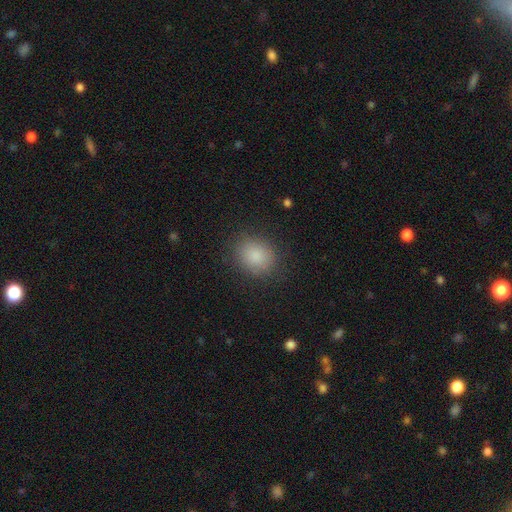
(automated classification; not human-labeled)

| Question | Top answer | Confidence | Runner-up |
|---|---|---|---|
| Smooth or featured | smooth | 86% | star or artifact (9%) |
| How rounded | round | 62% | in between (37%) |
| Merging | none | 85% | minor disturbance (10%) |